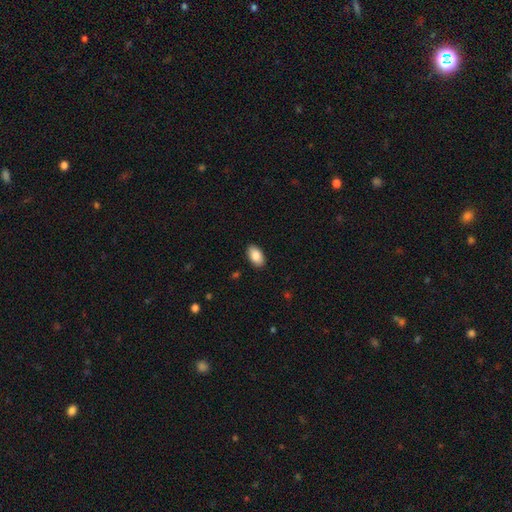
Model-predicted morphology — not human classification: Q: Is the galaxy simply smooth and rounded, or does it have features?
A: smooth — 87%.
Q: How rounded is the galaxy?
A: in between — 94%.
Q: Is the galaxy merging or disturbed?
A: none — 89%.